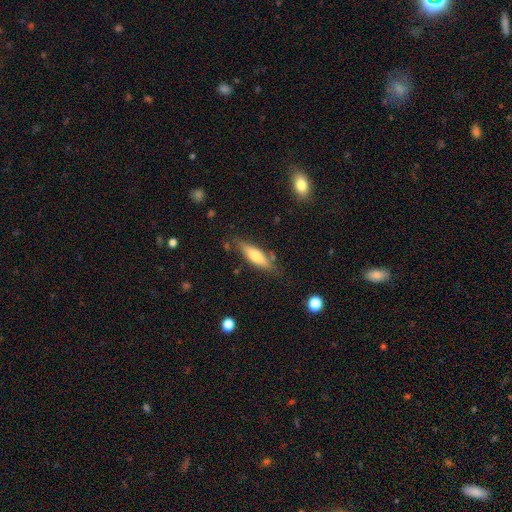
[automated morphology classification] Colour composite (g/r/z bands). It shows a smooth galaxy with no disk features (57%) that is cigar-shaped (61%). Merging: none (76%).